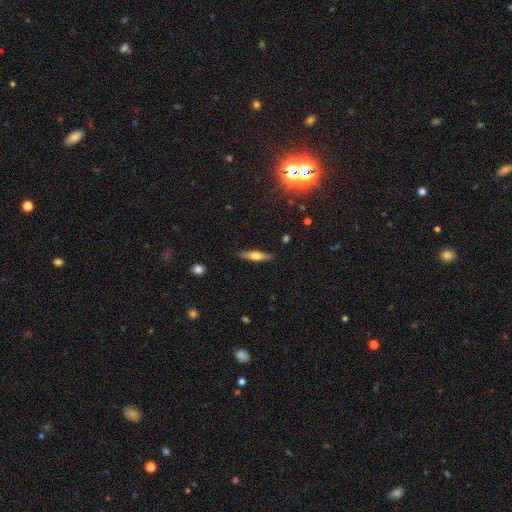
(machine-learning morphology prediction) smooth-or-featured: featured or disk: 50% | smooth: 43% | star or artifact: 7%
  merging: none: 88% | minor disturbance: 8% | major disturbance: 2% | merger: 1%